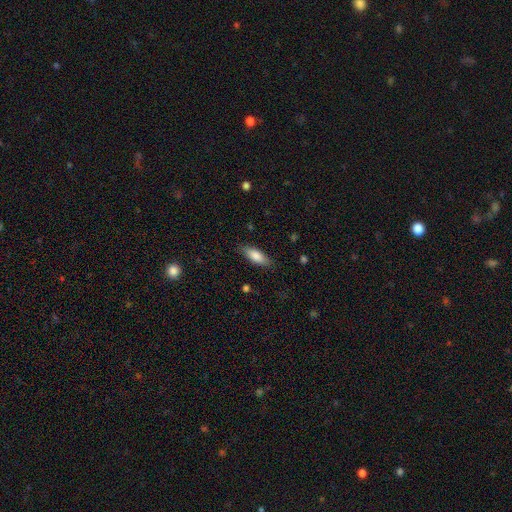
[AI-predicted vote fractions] Q: Smooth or featured?
A: smooth (81%); runner-up: featured or disk (13%)
Q: How rounded?
A: in between (66%); runner-up: cigar-shaped (32%)
Q: Merging?
A: none (85%); runner-up: minor disturbance (11%)